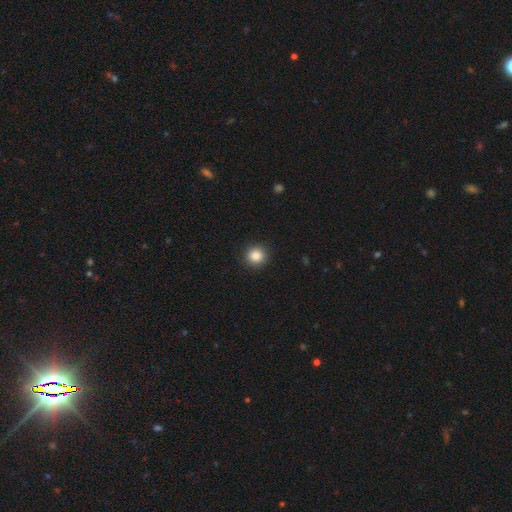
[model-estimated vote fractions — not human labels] Smooth or featured? smooth (86%)
How rounded? round (91%)
Merging? none (91%)